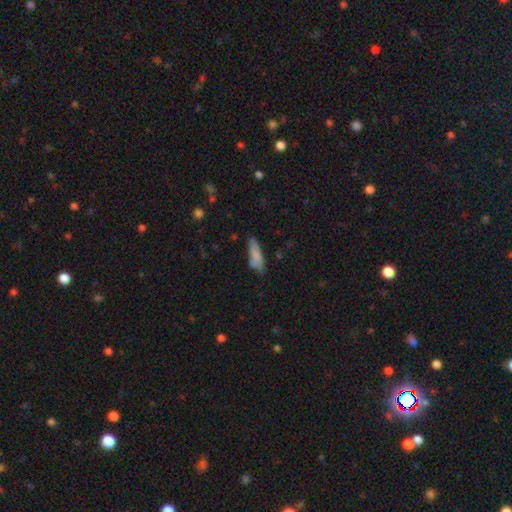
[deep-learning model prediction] smooth-or-featured: smooth: 80% | featured or disk: 13% | star or artifact: 8%
  how-rounded: cigar-shaped: 55% | in between: 43% | round: 2%
  merging: none: 60% | minor disturbance: 26% | merger: 7% | major disturbance: 7%